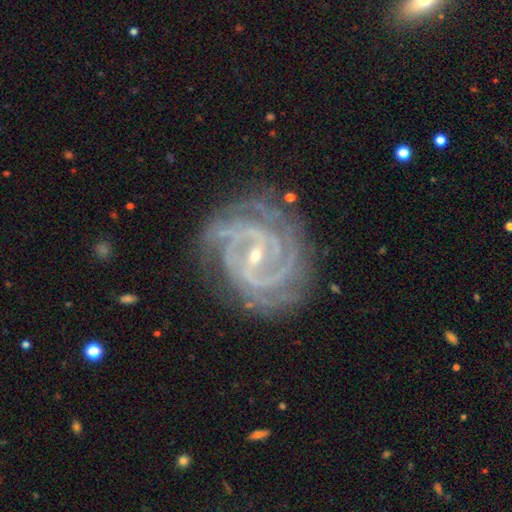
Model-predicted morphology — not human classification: This is clearly a featured or disk galaxy (93%). It is clearly not viewed edge-on (98%). Bar: marginally weak (43%). Spiral arm pattern: clearly yes (99%). Spiral arm count: marginally 2 (36%). Spiral winding: likely tight (71%). Central bulge: likely small (74%). Merging: likely none (78%).